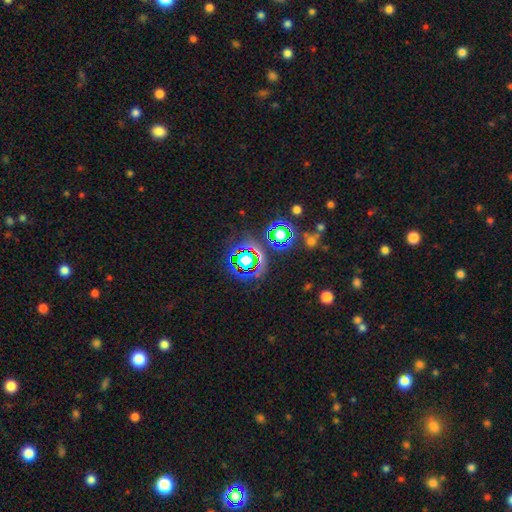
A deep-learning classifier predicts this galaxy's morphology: type=star or artifact (68%).